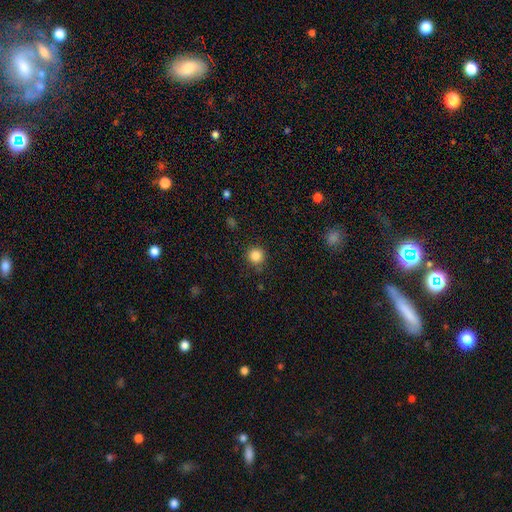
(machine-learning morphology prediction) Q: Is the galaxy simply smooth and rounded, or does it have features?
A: smooth — 85%.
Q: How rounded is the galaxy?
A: round — 94%.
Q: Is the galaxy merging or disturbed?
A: none — 85%.